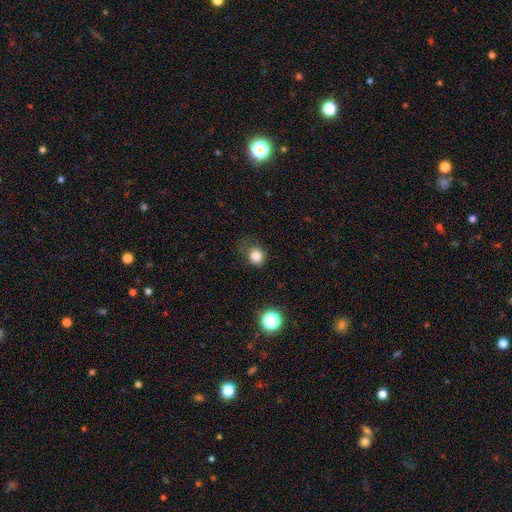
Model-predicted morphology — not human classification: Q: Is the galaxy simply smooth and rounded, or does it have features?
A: smooth — 81%.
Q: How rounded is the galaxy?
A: round — 70%.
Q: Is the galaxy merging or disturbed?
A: none — 55%.